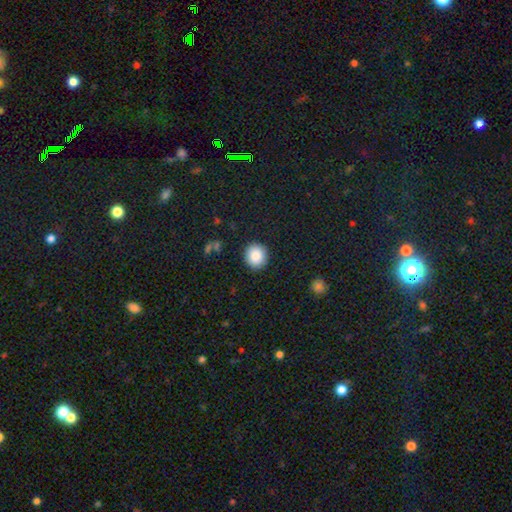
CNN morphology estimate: Smooth or featured? Predicted: smooth (p=0.86). How rounded? Predicted: round (p=0.89). Merging? Predicted: none (p=0.91).